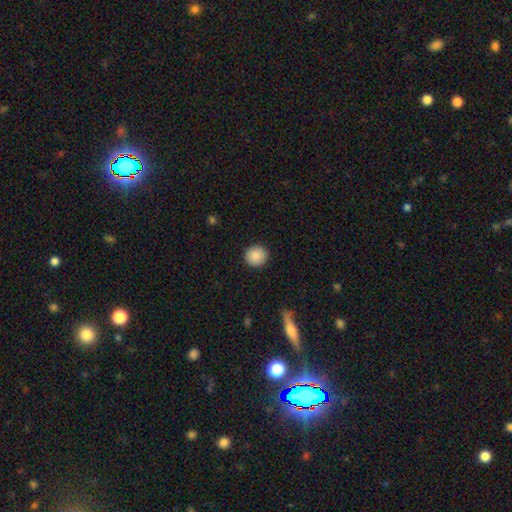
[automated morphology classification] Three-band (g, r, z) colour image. It shows a smooth galaxy with no disk features (89%) that is round (90%). Merging: none (91%).